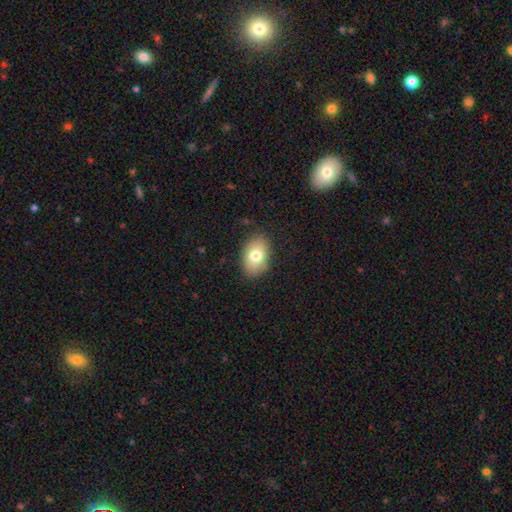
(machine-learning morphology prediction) type=smooth (76%); roundness=in between (85%); merging=none (85%).